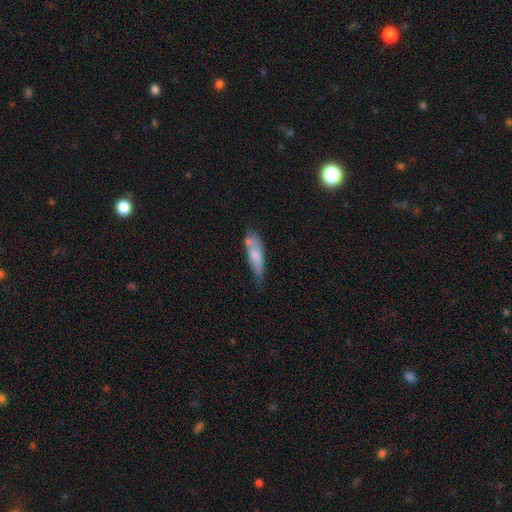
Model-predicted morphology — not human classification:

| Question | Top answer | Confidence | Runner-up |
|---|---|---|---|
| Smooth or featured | smooth | 73% | featured or disk (21%) |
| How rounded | cigar-shaped | 55% | in between (43%) |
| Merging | none | 53% | minor disturbance (27%) |